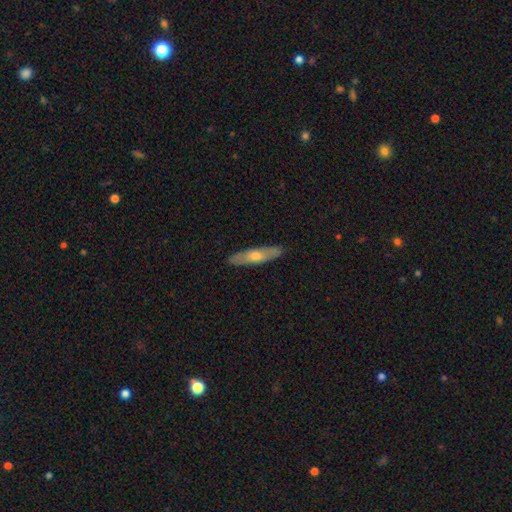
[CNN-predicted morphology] smooth-or-featured: smooth: 50% | featured or disk: 44% | star or artifact: 6%
  how-rounded: cigar-shaped: 78% | in between: 20% | round: 2%
  merging: none: 89% | minor disturbance: 8% | major disturbance: 2% | merger: 1%